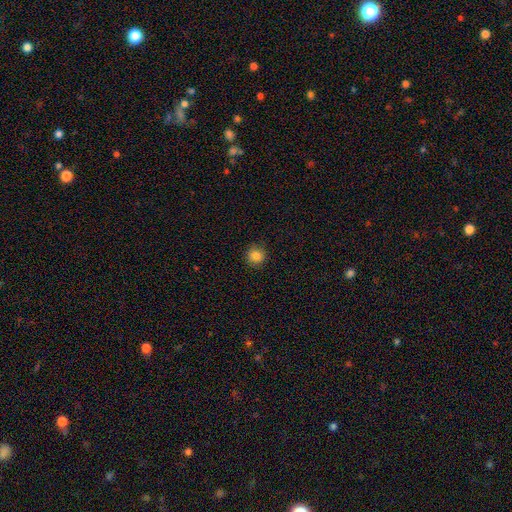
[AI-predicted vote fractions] This is clearly a smooth galaxy (84%). How rounded: clearly round (93%). Merging: clearly none (90%).